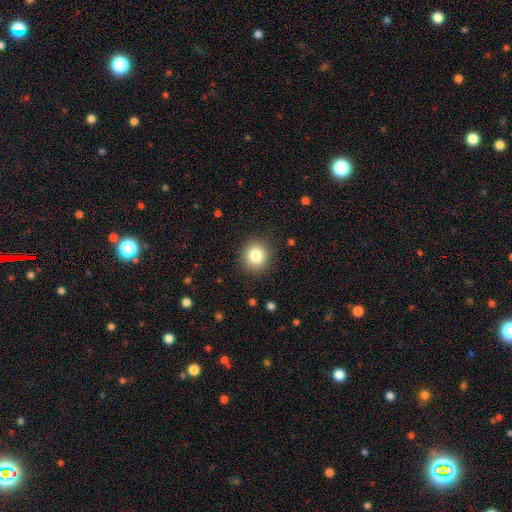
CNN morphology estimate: Overall: smooth (82%). How rounded: round (87%). Merging: none (89%).